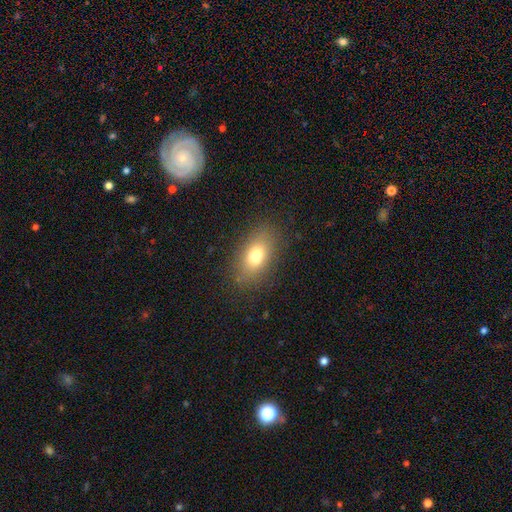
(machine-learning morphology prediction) smooth-or-featured: smooth: 75% | featured or disk: 14% | star or artifact: 11%
  how-rounded: in between: 84% | round: 12% | cigar-shaped: 4%
  merging: none: 83% | minor disturbance: 11% | major disturbance: 4% | merger: 1%